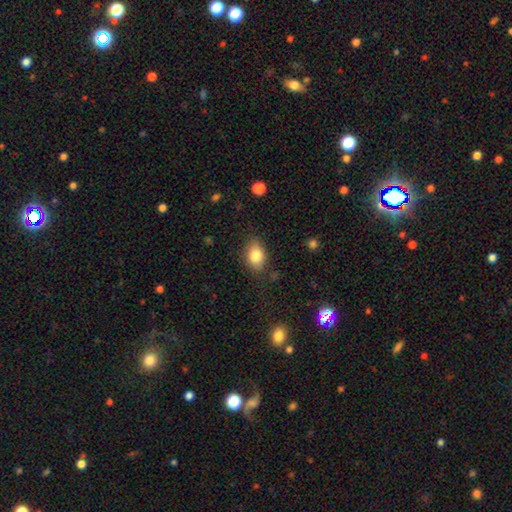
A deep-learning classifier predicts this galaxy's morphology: smooth-or-featured: smooth: 83% | featured or disk: 9% | star or artifact: 8%
  how-rounded: in between: 80% | round: 19% | cigar-shaped: 1%
  merging: none: 81% | minor disturbance: 14% | major disturbance: 4% | merger: 1%